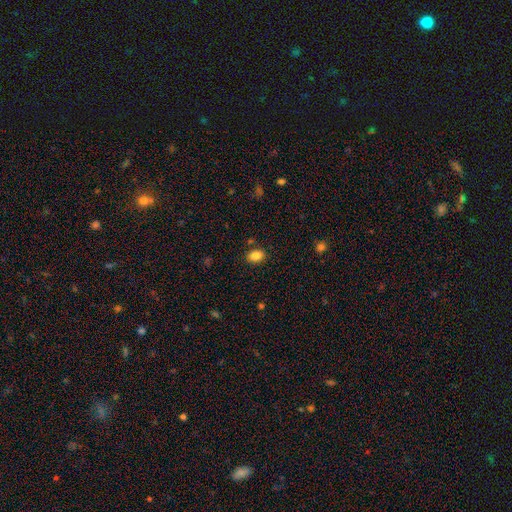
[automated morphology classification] Smooth or featured: smooth — 86% (star or artifact — 9%)
How rounded: in between — 79% (round — 20%)
Merging: none — 86% (minor disturbance — 9%)